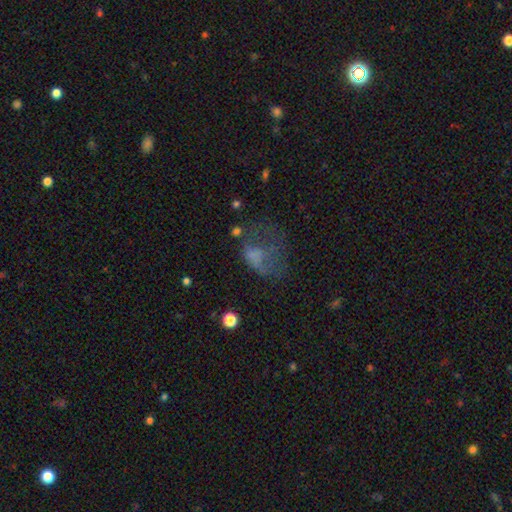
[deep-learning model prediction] This is possibly a smooth galaxy (47%). Merging: possibly major disturbance (53%).